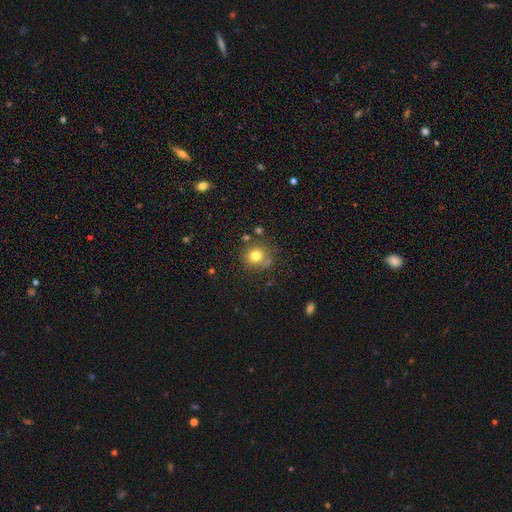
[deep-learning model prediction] smooth_or_featured: smooth (p=0.77) [alt: star or artifact p=0.13]
how_rounded: round (p=0.84) [alt: in between p=0.15]
merging: none (p=0.73) [alt: minor disturbance p=0.14]